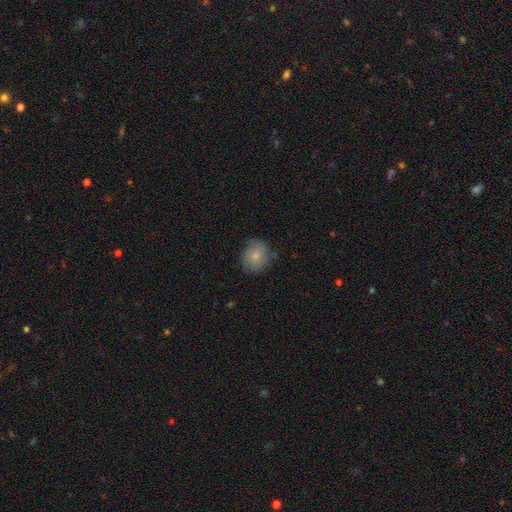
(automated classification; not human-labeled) smooth-or-featured: smooth: 80% | featured or disk: 11% | star or artifact: 8%
  how-rounded: round: 75% | in between: 24% | cigar-shaped: 1%
  merging: none: 75% | minor disturbance: 19% | major disturbance: 4% | merger: 1%